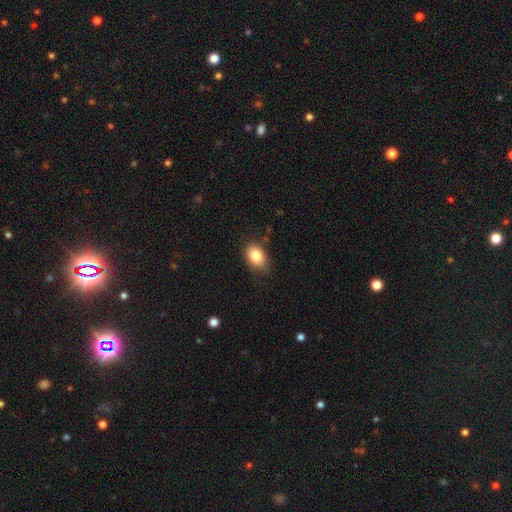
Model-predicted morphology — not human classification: Smooth or featured: smooth — 83% (star or artifact — 8%)
How rounded: in between — 79% (round — 20%)
Merging: none — 79% (minor disturbance — 17%)